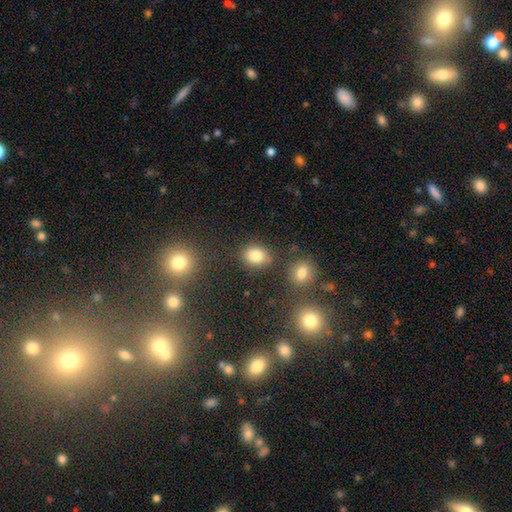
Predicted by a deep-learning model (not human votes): Smooth or featured? smooth (82%)
How rounded? in between (50%)
Merging? none (75%)